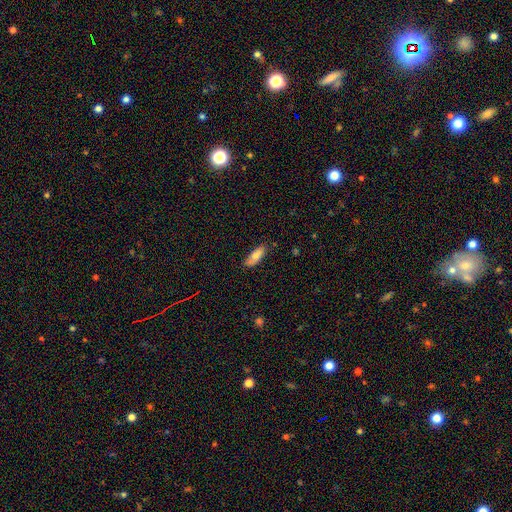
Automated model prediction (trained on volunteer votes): Morphology: type=smooth (76%); roundness=in between (64%); merging=none (82%).